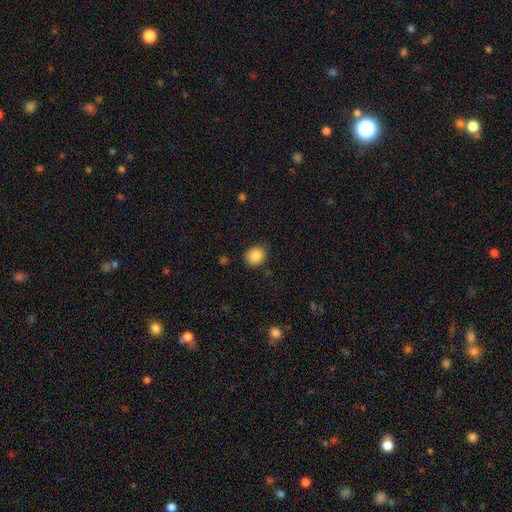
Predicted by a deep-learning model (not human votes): Smooth or featured?
  - smooth: 86% *
  - star or artifact: 9%
  - featured or disk: 5%
How rounded?
  - round: 73% *
  - in between: 26%
  - cigar-shaped: 1%
Merging?
  - none: 86% *
  - minor disturbance: 11%
  - major disturbance: 2%
  - merger: 1%